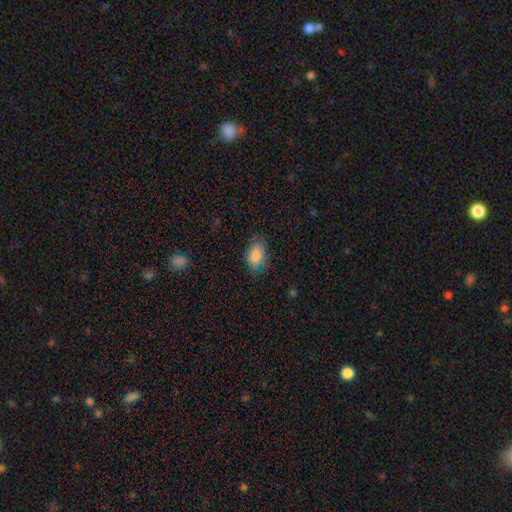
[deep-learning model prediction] The model was most divided on "merging": none: 76%, minor disturbance: 18%, major disturbance: 5%, merger: 1%. More confident: how rounded — in between (92%); smooth or featured — smooth (85%).